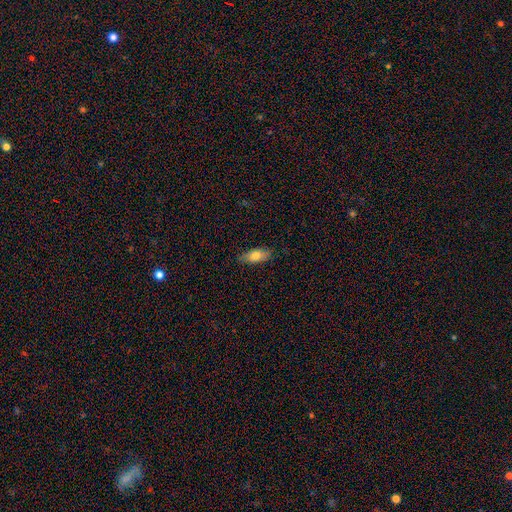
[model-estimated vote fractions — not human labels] This appears to be a smooth galaxy with no disk features (76%) that is in between round and cigar-shaped (80%). Merging: none (85%).